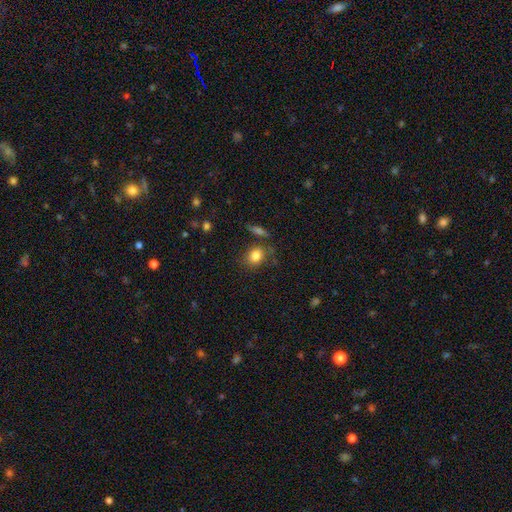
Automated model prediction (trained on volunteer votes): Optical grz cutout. It shows a smooth galaxy with no disk features (83%) that is in between round and cigar-shaped (51%). Merging: none (71%).